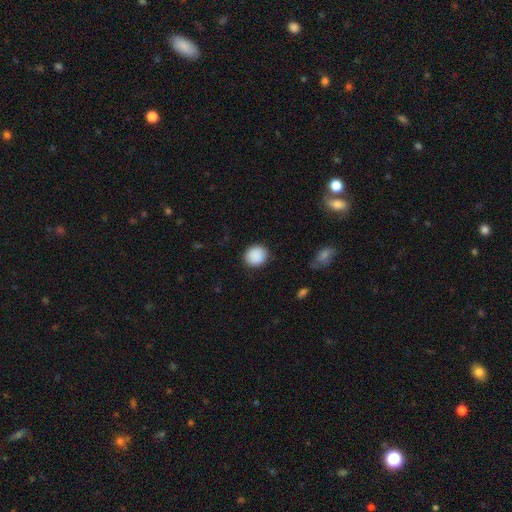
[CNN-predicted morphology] Q: Smooth or featured?
A: smooth (90%); runner-up: star or artifact (7%)
Q: How rounded?
A: round (81%); runner-up: in between (18%)
Q: Merging?
A: none (89%); runner-up: minor disturbance (8%)